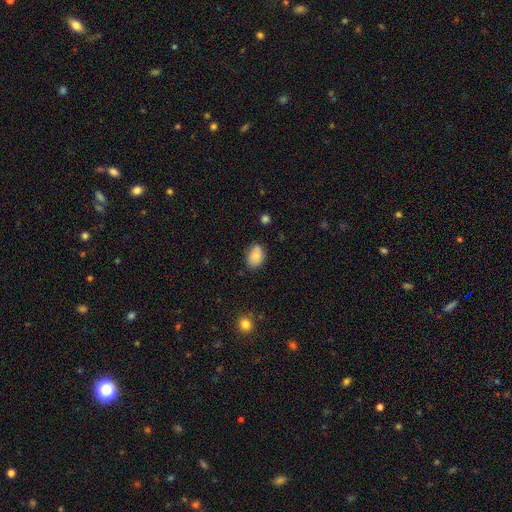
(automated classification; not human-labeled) Overall: smooth (83%). How rounded: in between (79%). Merging: none (73%).